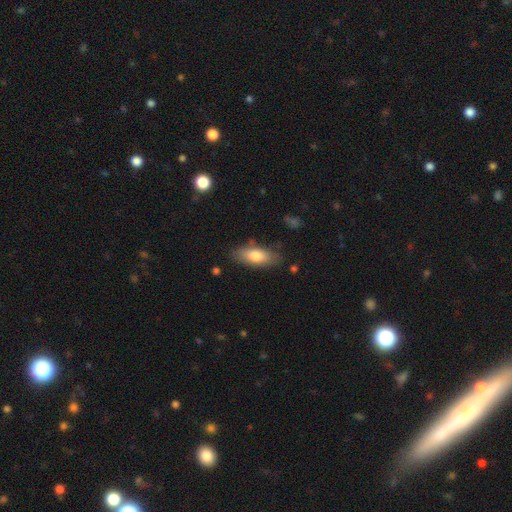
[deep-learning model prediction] Q: Smooth or featured?
A: smooth (77%); runner-up: featured or disk (17%)
Q: How rounded?
A: in between (78%); runner-up: cigar-shaped (19%)
Q: Merging?
A: none (79%); runner-up: minor disturbance (15%)